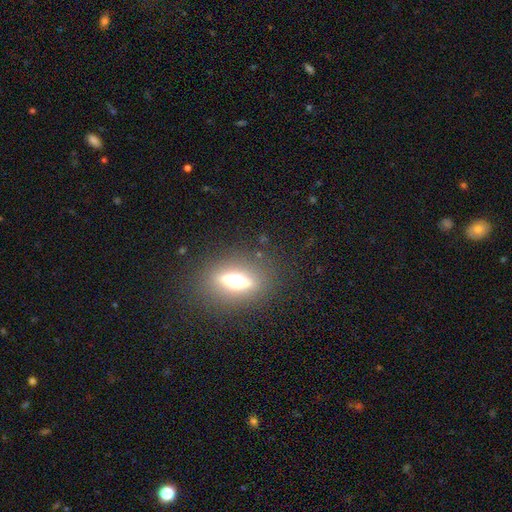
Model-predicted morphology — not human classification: Q: Smooth or featured?
A: smooth (54%); runner-up: featured or disk (29%)
Q: How rounded?
A: in between (69%); runner-up: cigar-shaped (19%)
Q: Merging?
A: none (87%); runner-up: minor disturbance (8%)